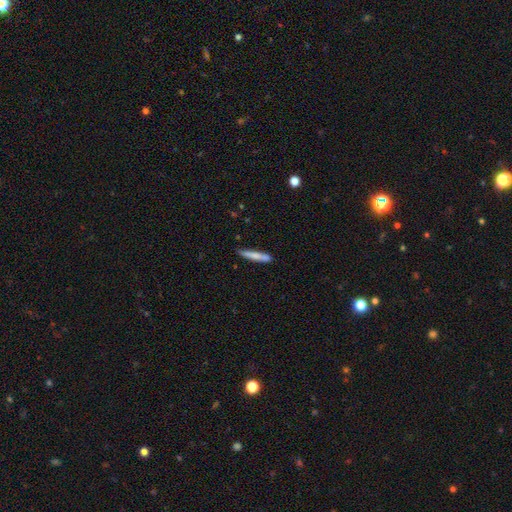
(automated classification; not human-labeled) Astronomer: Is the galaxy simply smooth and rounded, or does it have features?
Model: smooth — 72%.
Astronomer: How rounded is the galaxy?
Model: cigar-shaped — 93%.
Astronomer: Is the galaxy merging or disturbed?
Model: none — 74%.